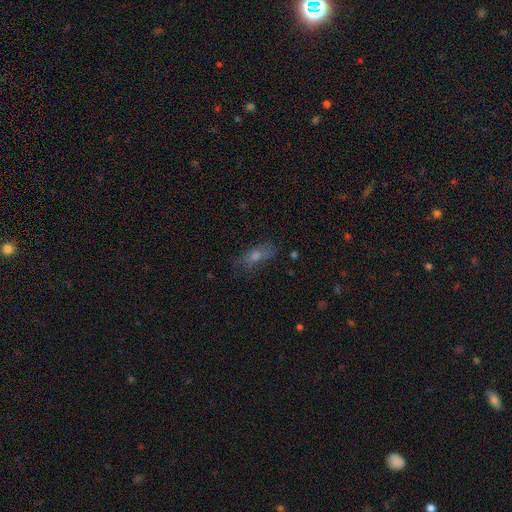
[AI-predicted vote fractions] Q: Smooth or featured?
A: smooth (49%); runner-up: featured or disk (30%)
Q: Merging?
A: none (68%); runner-up: minor disturbance (21%)